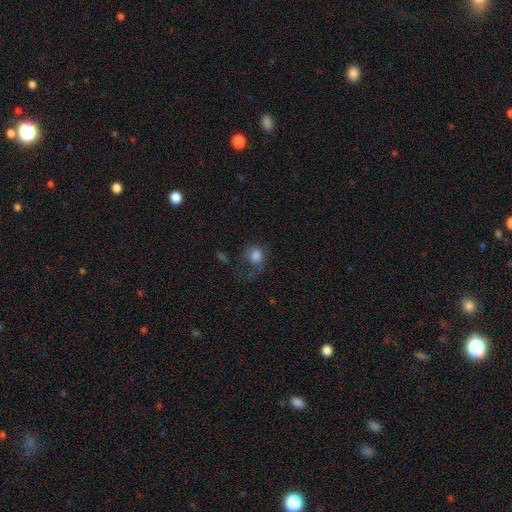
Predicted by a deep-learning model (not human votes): Smooth or featured? smooth (71%)
How rounded? round (57%)
Merging? major disturbance (48%)